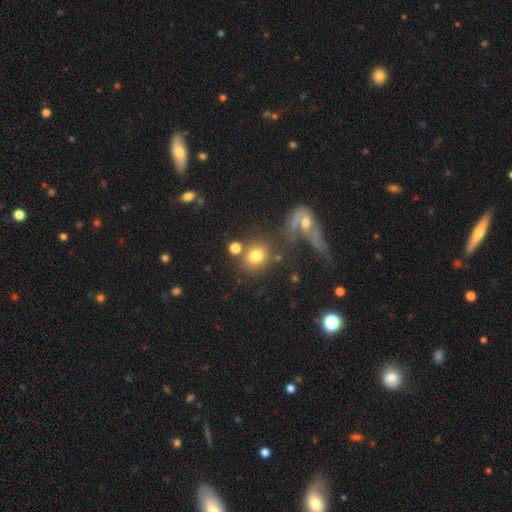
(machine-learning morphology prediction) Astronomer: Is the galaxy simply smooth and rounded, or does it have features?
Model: smooth — 71%.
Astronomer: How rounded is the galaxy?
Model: round — 69%.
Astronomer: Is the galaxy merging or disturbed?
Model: none — 61%.